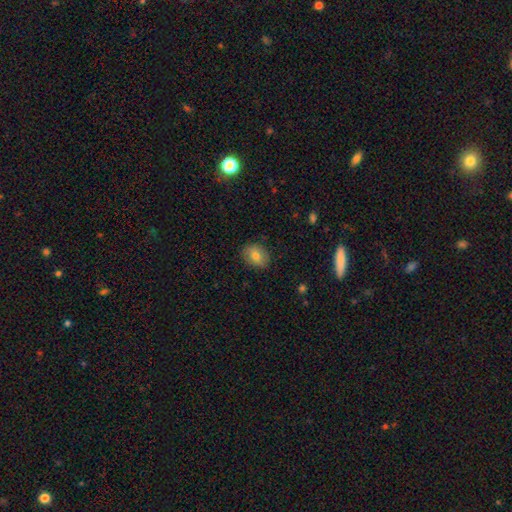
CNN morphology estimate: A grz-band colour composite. It shows a smooth galaxy with no disk features (76%) that is in between round and cigar-shaped (59%). Merging: none (86%).